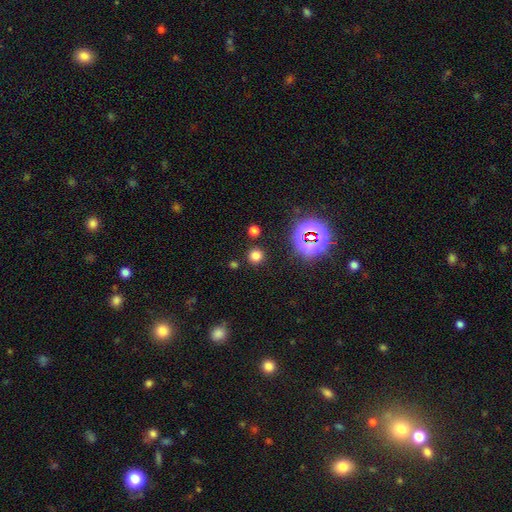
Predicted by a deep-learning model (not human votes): Smooth or featured?
  - smooth: 72% *
  - star or artifact: 23%
  - featured or disk: 5%
How rounded?
  - round: 93% *
  - in between: 6%
  - cigar-shaped: 1%
Merging?
  - none: 87% *
  - minor disturbance: 6%
  - merger: 4%
  - major disturbance: 3%